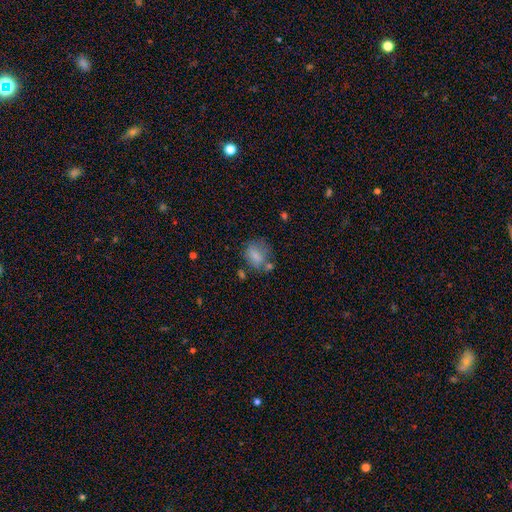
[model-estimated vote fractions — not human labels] Q: Smooth or featured?
A: smooth (77%); runner-up: featured or disk (13%)
Q: How rounded?
A: in between (53%); runner-up: round (45%)
Q: Merging?
A: none (53%); runner-up: minor disturbance (24%)